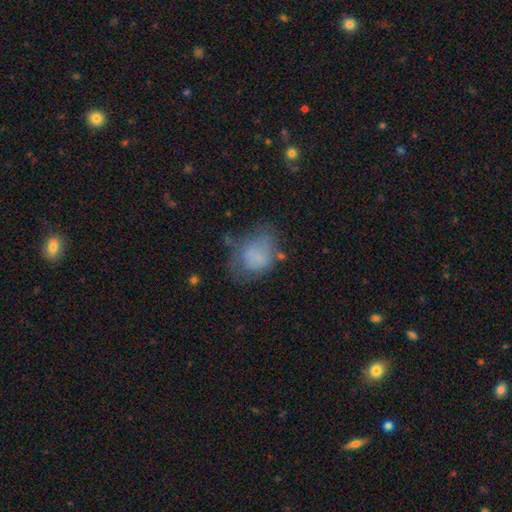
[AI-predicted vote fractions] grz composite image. It shows a smooth galaxy with no disk features (65%) that is in between round and cigar-shaped (63%). Merging: none (36%).